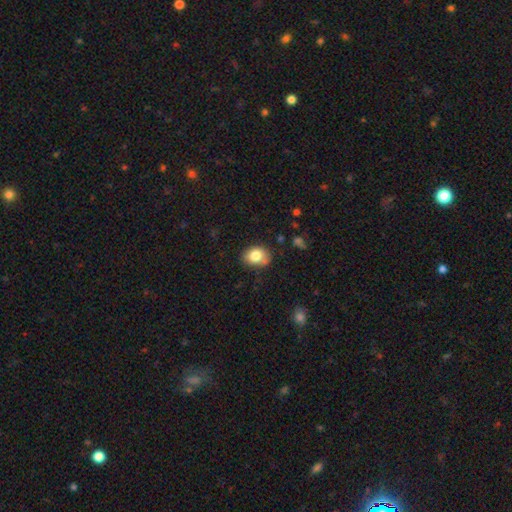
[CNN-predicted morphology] Smooth or featured: smooth — 80% (featured or disk — 11%)
How rounded: in between — 62% (round — 37%)
Merging: none — 70% (minor disturbance — 22%)